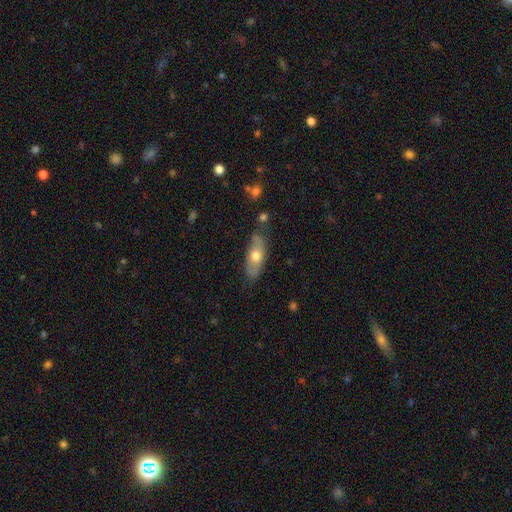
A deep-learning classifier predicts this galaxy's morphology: Smooth or featured: smooth — 55% (featured or disk — 39%)
How rounded: in between — 68% (cigar-shaped — 28%)
Merging: none — 76% (minor disturbance — 17%)